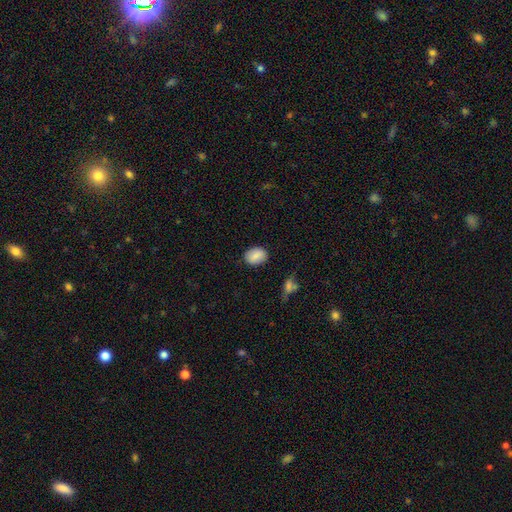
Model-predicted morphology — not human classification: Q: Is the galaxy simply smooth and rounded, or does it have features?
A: smooth — 86%.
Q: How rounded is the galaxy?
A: in between — 68%.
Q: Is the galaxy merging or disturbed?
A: none — 85%.